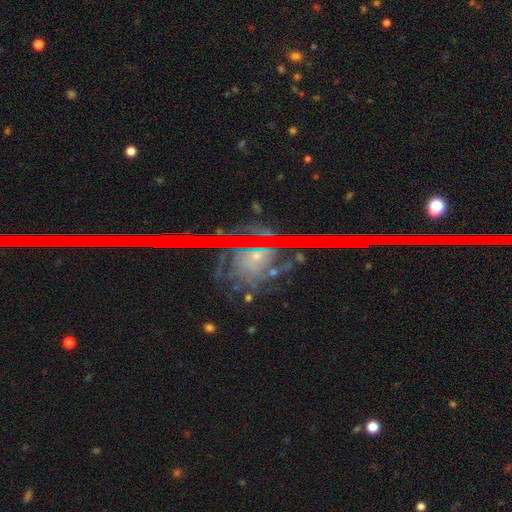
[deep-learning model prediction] A star or artifact, not a galaxy (54%).

Vote fractions:
- Smooth or featured? star or artifact: 54% / featured or disk: 28% / smooth: 18%